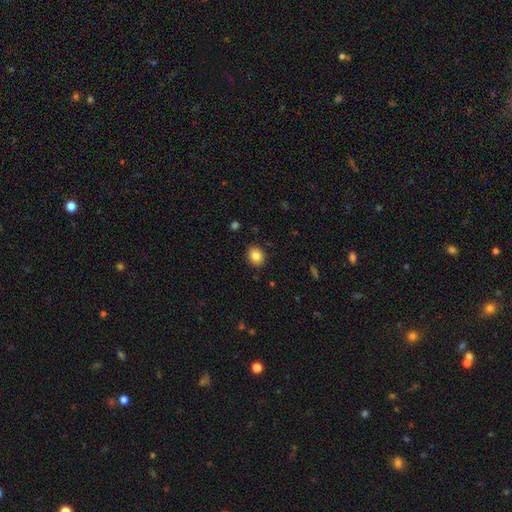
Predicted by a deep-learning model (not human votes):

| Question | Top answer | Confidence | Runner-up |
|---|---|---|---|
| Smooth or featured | smooth | 85% | star or artifact (9%) |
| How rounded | round | 53% | in between (46%) |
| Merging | none | 88% | minor disturbance (8%) |